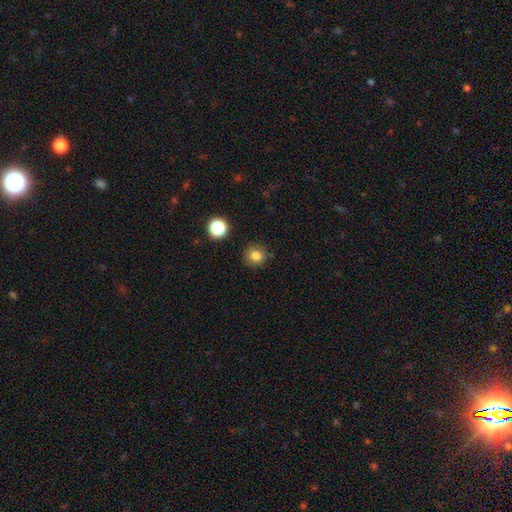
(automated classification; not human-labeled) smooth-or-featured: smooth: 81% | star or artifact: 13% | featured or disk: 6%
  how-rounded: round: 91% | in between: 8% | cigar-shaped: 1%
  merging: none: 87% | minor disturbance: 8% | major disturbance: 2% | merger: 2%